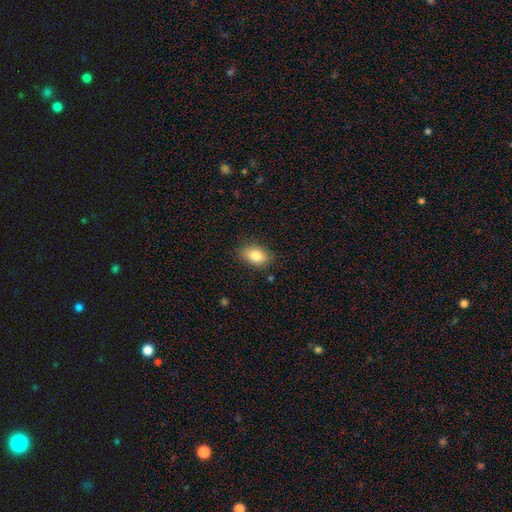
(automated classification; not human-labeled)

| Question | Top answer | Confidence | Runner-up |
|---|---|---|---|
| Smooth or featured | smooth | 83% | featured or disk (9%) |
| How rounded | in between | 86% | round (12%) |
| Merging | none | 85% | minor disturbance (11%) |